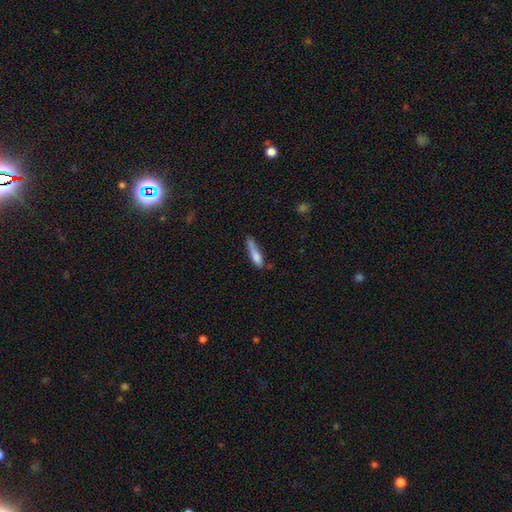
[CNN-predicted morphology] The model was most divided on "merging": none: 42%, minor disturbance: 29%, merger: 18%, major disturbance: 12%. More confident: smooth or featured — smooth (76%); how rounded — cigar-shaped (73%).